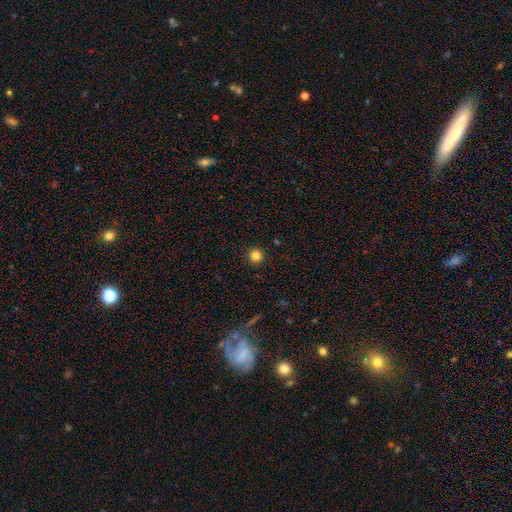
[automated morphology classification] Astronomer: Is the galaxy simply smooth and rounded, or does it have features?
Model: smooth — 83%.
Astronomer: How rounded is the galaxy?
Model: round — 96%.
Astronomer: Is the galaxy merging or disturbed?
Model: none — 93%.